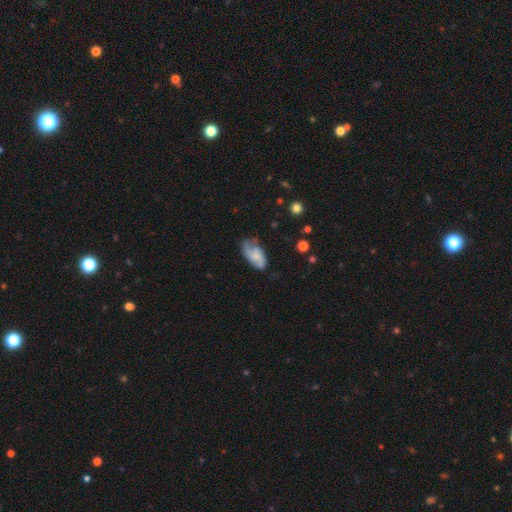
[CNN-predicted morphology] A smooth galaxy with no disk features (51%) that is in between round and cigar-shaped (91%). Merging: none (48%).